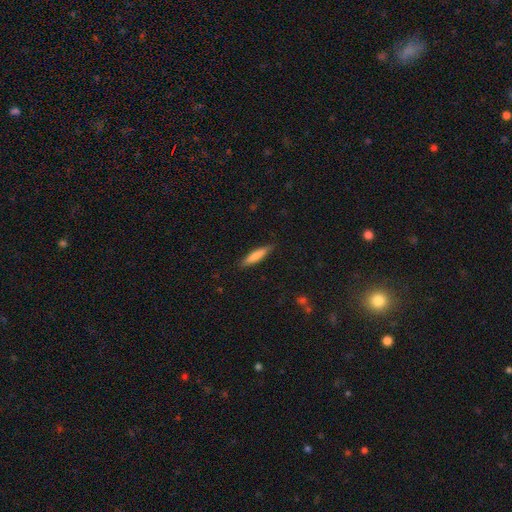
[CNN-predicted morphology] This appears to be a smooth galaxy with no disk features (76%) that is cigar-shaped (81%). Merging: none (86%).